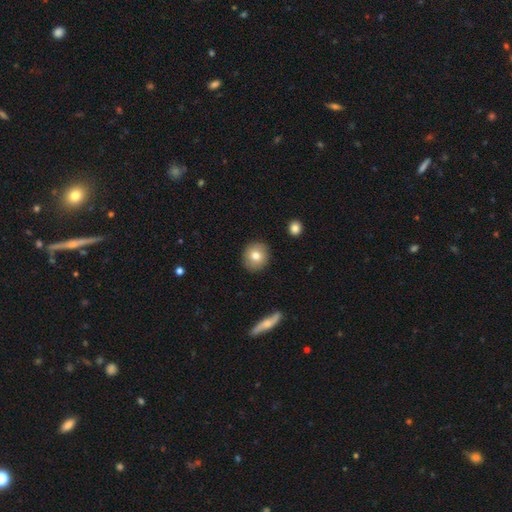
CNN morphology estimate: Smooth or featured? Predicted: smooth (p=0.76). How rounded? Predicted: round (p=0.88). Merging? Predicted: none (p=0.89).